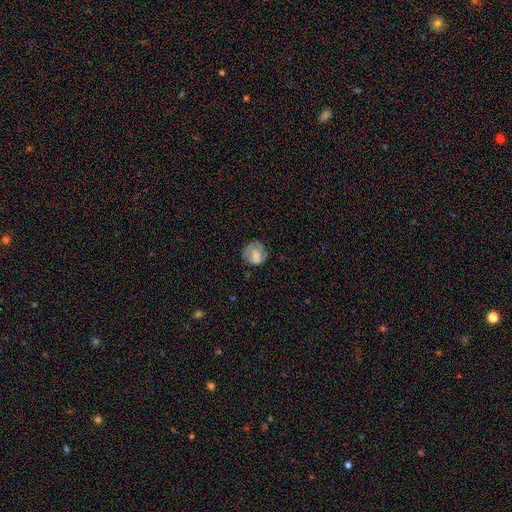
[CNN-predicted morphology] smooth_or_featured: smooth (p=0.60) [alt: featured or disk p=0.31]
how_rounded: round (p=0.80) [alt: in between p=0.19]
merging: none (p=0.63) [alt: minor disturbance p=0.24]